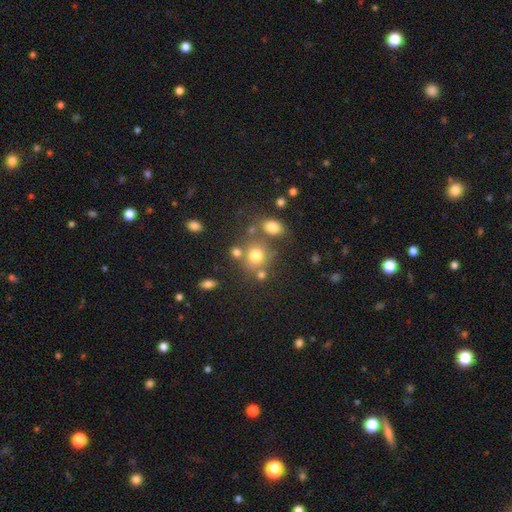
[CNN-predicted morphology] smooth_or_featured: smooth (p=0.73) [alt: star or artifact p=0.15]
how_rounded: round (p=0.78) [alt: in between p=0.21]
merging: none (p=0.62) [alt: merger p=0.19]